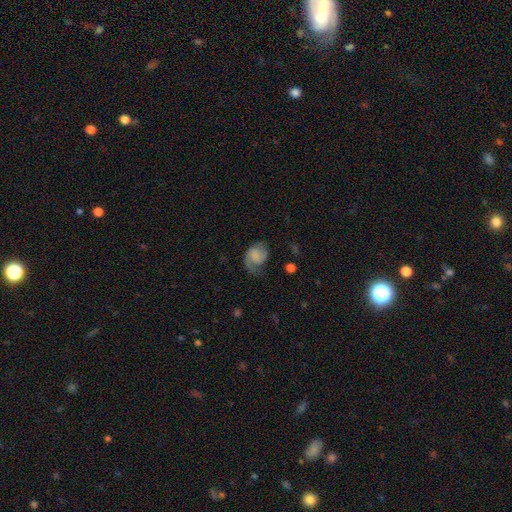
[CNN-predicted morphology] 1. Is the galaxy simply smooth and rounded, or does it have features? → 54% featured or disk, 39% smooth, 8% star or artifact.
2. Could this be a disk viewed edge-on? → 98% no, 2% yes.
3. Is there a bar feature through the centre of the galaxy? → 65% no, 29% weak, 6% strong.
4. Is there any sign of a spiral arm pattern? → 90% yes, 10% no.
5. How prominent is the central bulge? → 54% none, 20% small, 13% moderate, 9% large, 4% dominant.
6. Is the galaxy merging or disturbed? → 44% none, 28% major disturbance, 26% minor disturbance, 2% merger.